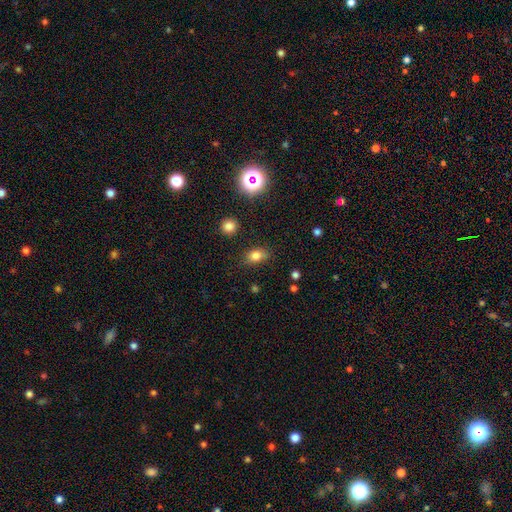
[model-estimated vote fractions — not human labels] A smooth galaxy with no disk features (78%) that is in between round and cigar-shaped (77%).

Vote fractions:
- Smooth or featured? smooth: 78% / star or artifact: 14% / featured or disk: 8%
- How rounded? in between: 77% / round: 20% / cigar-shaped: 3%
- Merging? none: 78% / minor disturbance: 15% / major disturbance: 4% / merger: 2%